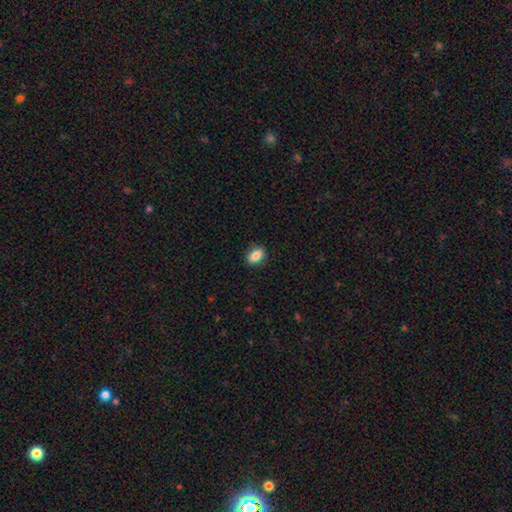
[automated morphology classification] This appears to be a smooth galaxy with no disk features (84%) that is in between round and cigar-shaped (79%). Merging: none (85%).